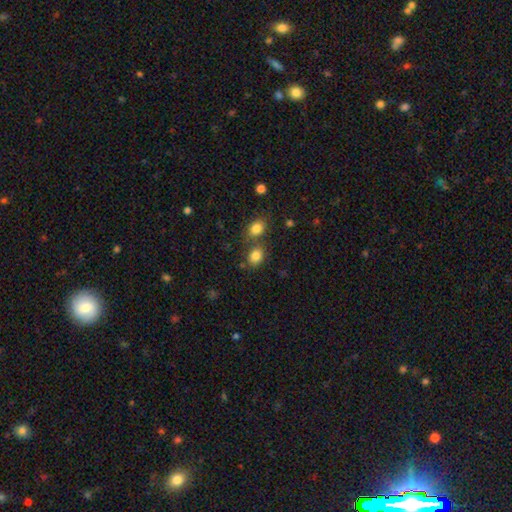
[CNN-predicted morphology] The model was most divided on "how rounded": in between: 56%, round: 43%, cigar-shaped: 1%. More confident: smooth or featured — smooth (83%); merging — none (61%).